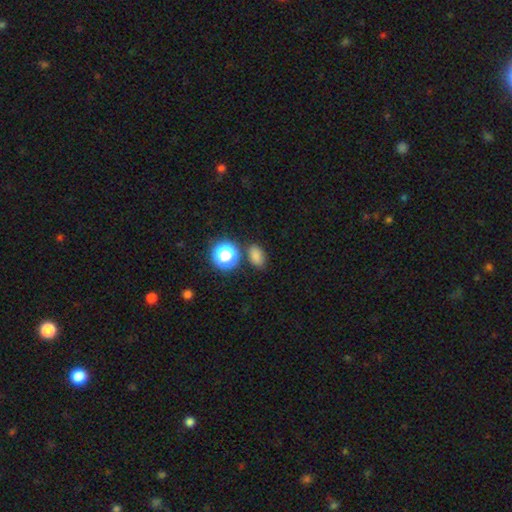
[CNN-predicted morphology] A smooth galaxy with no disk features (76%) that is in between round and cigar-shaped (74%). Merging: none (78%).